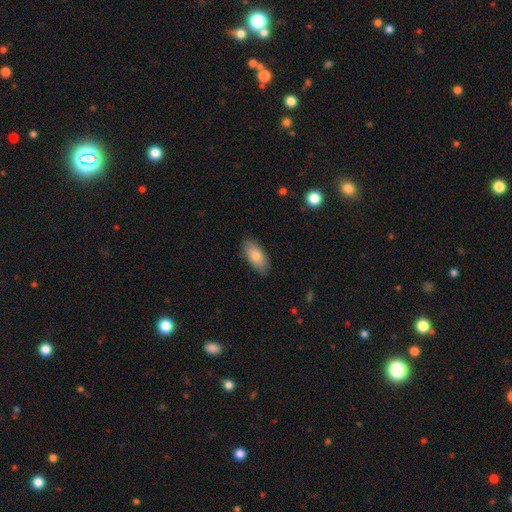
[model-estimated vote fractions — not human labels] The model was most divided on "smooth or featured": smooth: 78%, featured or disk: 15%, star or artifact: 6%. More confident: how rounded — in between (89%); merging — none (86%).